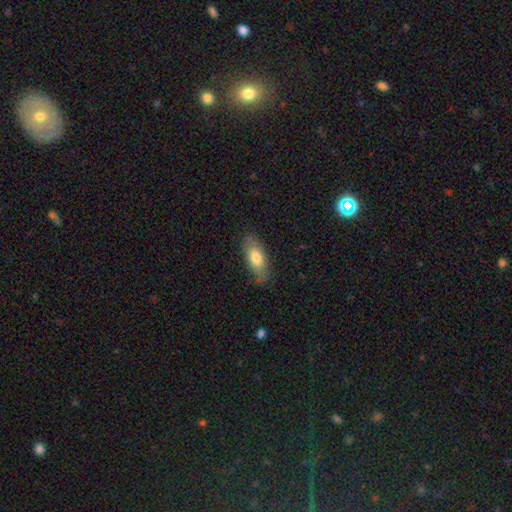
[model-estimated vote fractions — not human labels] Q: Smooth or featured?
A: smooth (72%); runner-up: featured or disk (21%)
Q: How rounded?
A: in between (78%); runner-up: cigar-shaped (20%)
Q: Merging?
A: none (80%); runner-up: minor disturbance (16%)